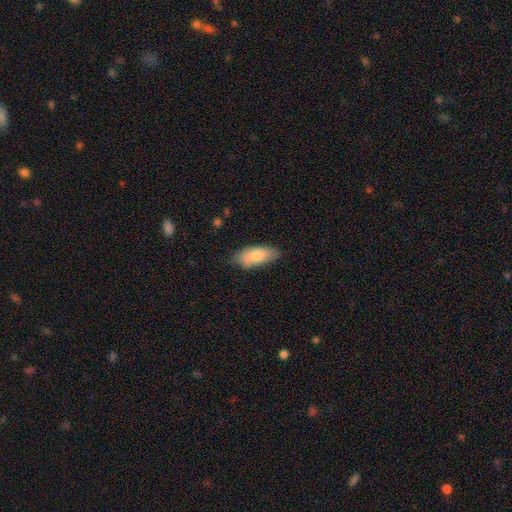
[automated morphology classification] This appears to be a smooth galaxy with no disk features (78%) that is in between round and cigar-shaped (86%). Merging: none (69%).